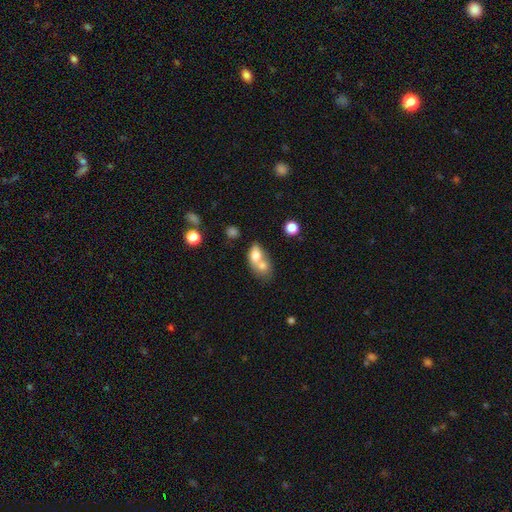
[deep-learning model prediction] Morphology: type=smooth (71%); roundness=in between (72%); merging=merger (73%).